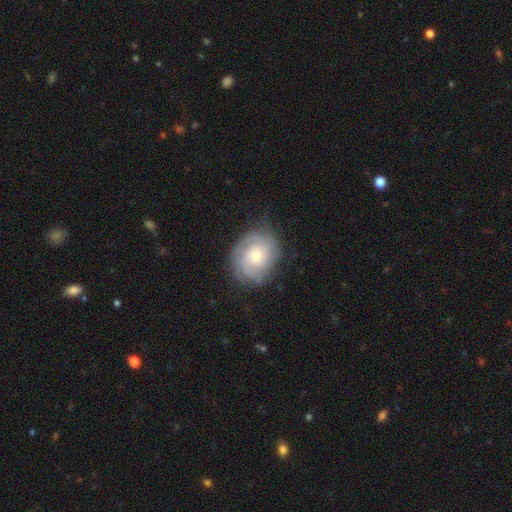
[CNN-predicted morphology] A featured or disk galaxy (78%) with no bar (70%), 2 (33%) tight (59%) spiral arms (95%) and a small central bulge (52%).

Vote fractions:
- Smooth or featured? featured or disk: 78% / smooth: 16% / star or artifact: 6%
- Edge-on disk? no: 98% / yes: 2%
- Bar? no: 70% / weak: 26% / strong: 4%
- Spiral arms? yes: 95% / no: 5%
- Spiral winding? tight: 59% / medium: 33% / loose: 8%
- Spiral arm count? 2: 33% / 3: 28% / can't tell: 23% / 4: 6% / 1: 5% / more than 4: 4%
- Bulge size? small: 52% / moderate: 43% / large: 3% / none: 1% / dominant: 1%
- Merging? none: 75% / minor disturbance: 18% / major disturbance: 6% / merger: 1%